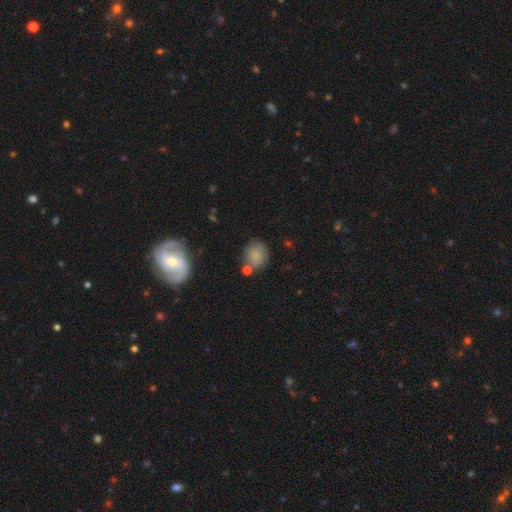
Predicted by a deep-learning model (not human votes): Smooth or featured? smooth (82%)
How rounded? round (71%)
Merging? none (68%)